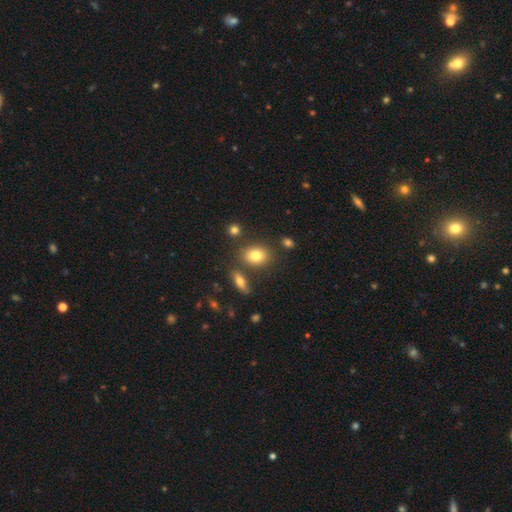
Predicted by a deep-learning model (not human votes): Smooth or featured: smooth — 80% (featured or disk — 10%)
How rounded: in between — 72% (round — 26%)
Merging: none — 76% (minor disturbance — 11%)